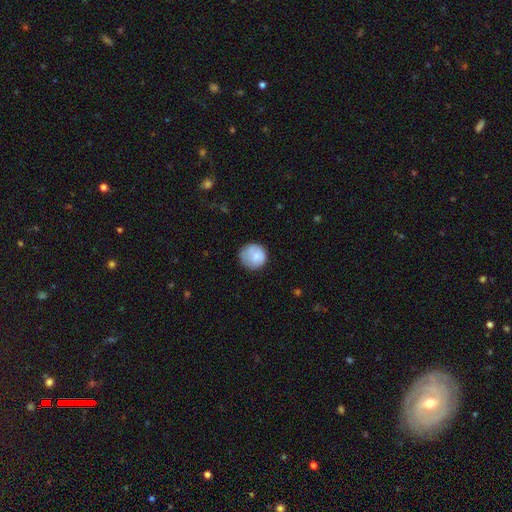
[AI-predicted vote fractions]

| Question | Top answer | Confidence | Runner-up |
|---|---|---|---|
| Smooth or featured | smooth | 77% | featured or disk (16%) |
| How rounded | round | 89% | in between (10%) |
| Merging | none | 71% | minor disturbance (21%) |